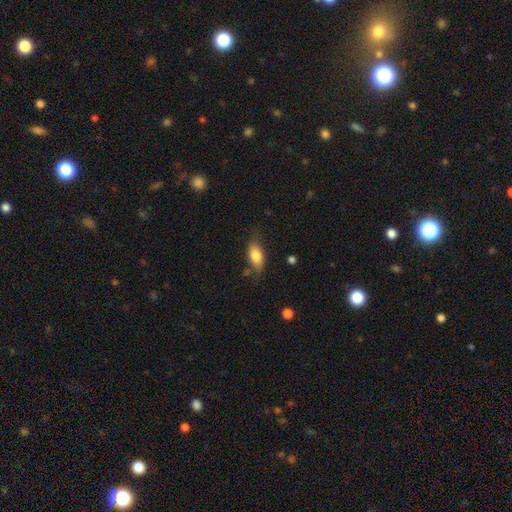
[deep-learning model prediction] Smooth or featured? Predicted: smooth (p=0.78). How rounded? Predicted: in between (p=0.85). Merging? Predicted: none (p=0.70).